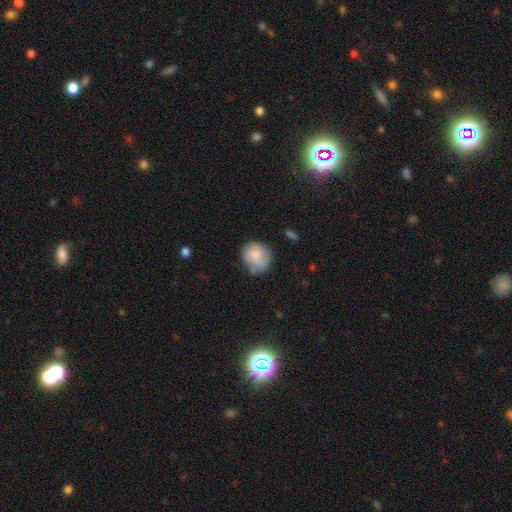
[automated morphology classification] A smooth galaxy with no disk features (68%) that is round (82%). Merging: none (64%).